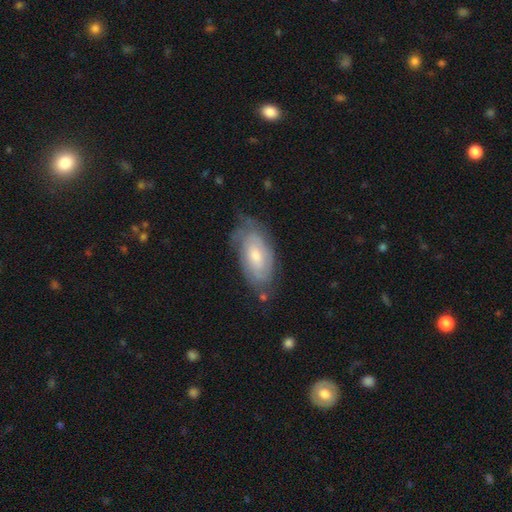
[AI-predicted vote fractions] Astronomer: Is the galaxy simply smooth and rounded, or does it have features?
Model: featured or disk — 66%.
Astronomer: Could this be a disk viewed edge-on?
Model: no — 93%.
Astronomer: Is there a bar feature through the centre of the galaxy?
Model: no — 67%.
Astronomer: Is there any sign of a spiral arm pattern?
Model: yes — 84%.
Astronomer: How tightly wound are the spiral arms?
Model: tight — 65%.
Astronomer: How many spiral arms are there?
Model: can't tell — 51% (runner-up: 2, 30%).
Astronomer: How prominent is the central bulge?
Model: moderate — 51% (runner-up: small, 40%).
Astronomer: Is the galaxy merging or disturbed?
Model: none — 66%.